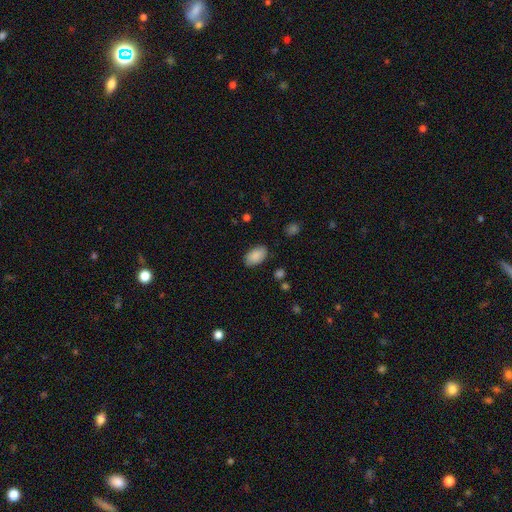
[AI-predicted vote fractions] The model was most divided on "merging": none: 84%, minor disturbance: 12%, major disturbance: 3%, merger: 1%. More confident: how rounded — in between (93%); smooth or featured — smooth (88%).